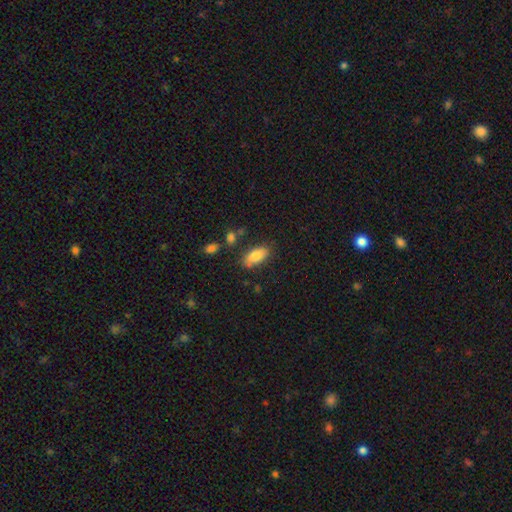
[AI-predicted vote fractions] The model was most divided on "merging": none: 77%, minor disturbance: 15%, merger: 5%, major disturbance: 4%. More confident: how rounded — in between (87%); smooth or featured — smooth (82%).